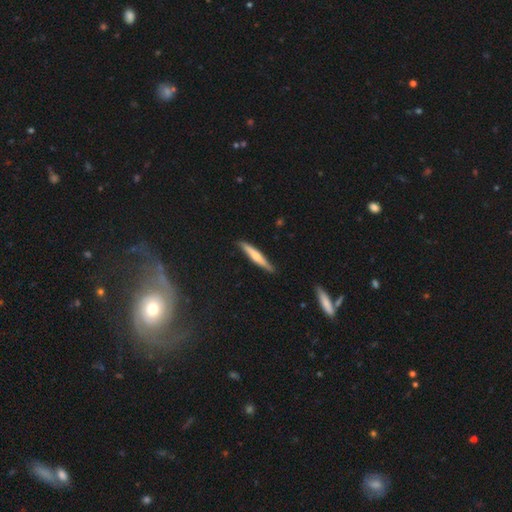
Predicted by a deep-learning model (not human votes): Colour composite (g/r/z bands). It shows a smooth galaxy with no disk features (50%) that is cigar-shaped (93%). Merging: none (89%).